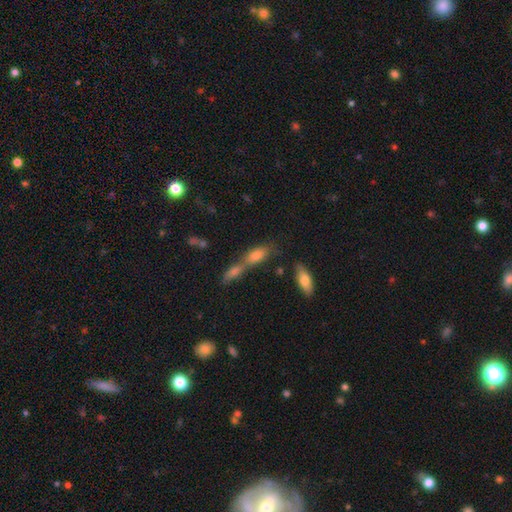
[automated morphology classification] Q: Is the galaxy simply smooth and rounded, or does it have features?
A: smooth — 71%.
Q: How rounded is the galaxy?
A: in between — 63%.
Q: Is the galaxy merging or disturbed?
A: merger — 58%.